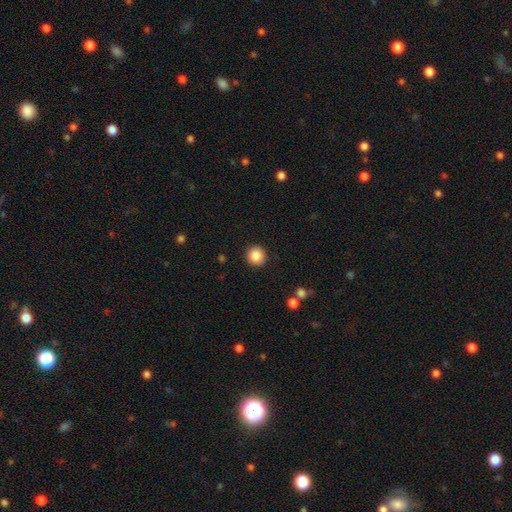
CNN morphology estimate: Overall: smooth (86%). How rounded: round (94%). Merging: none (92%).